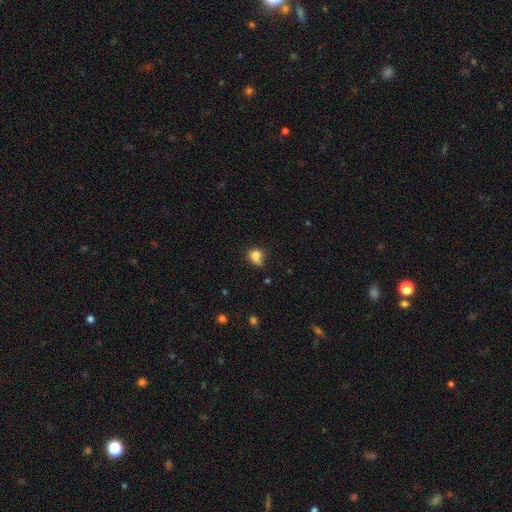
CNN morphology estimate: smooth 78%, featured or disk 11%, star or artifact 11%. Down the decision tree: how rounded — round (51%); merging — none (39%).